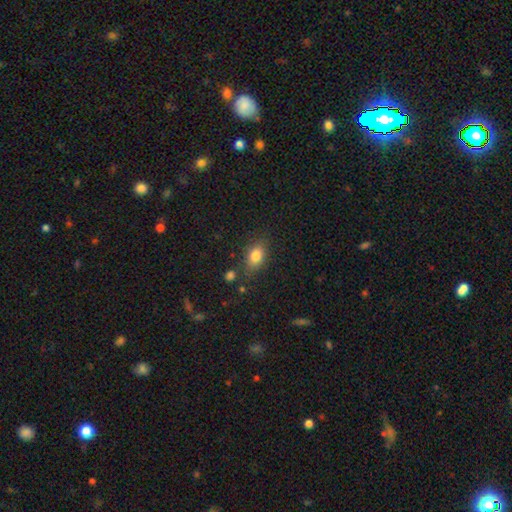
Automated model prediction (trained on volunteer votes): Overall: smooth (81%). How rounded: in between (80%). Merging: none (76%).